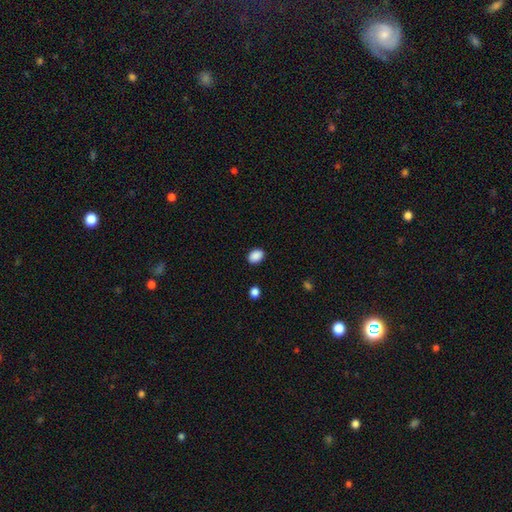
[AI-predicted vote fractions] The model was most divided on "how rounded": in between: 71%, round: 28%, cigar-shaped: 1%. More confident: smooth or featured — smooth (89%); merging — none (88%).